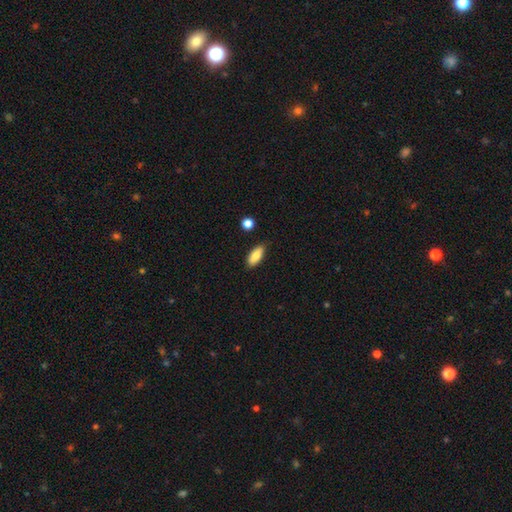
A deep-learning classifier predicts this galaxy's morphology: smooth_or_featured: smooth (p=0.82) [alt: featured or disk p=0.11]
how_rounded: in between (p=0.84) [alt: cigar-shaped p=0.13]
merging: none (p=0.84) [alt: minor disturbance p=0.12]